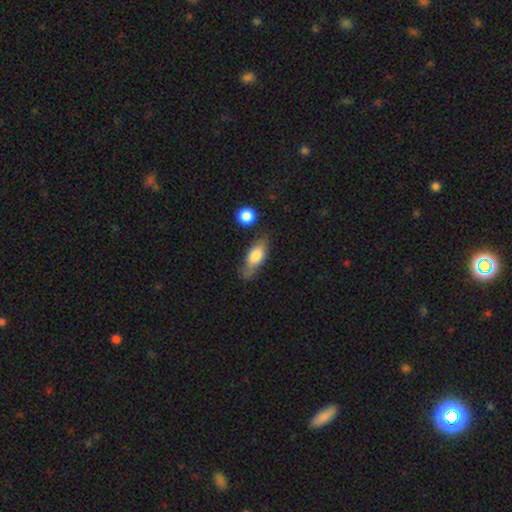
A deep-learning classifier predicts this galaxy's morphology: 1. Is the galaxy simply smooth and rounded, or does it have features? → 70% smooth, 24% featured or disk, 6% star or artifact.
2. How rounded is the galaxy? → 71% in between, 25% cigar-shaped, 4% round.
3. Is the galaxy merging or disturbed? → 64% none, 23% minor disturbance, 7% major disturbance, 6% merger.